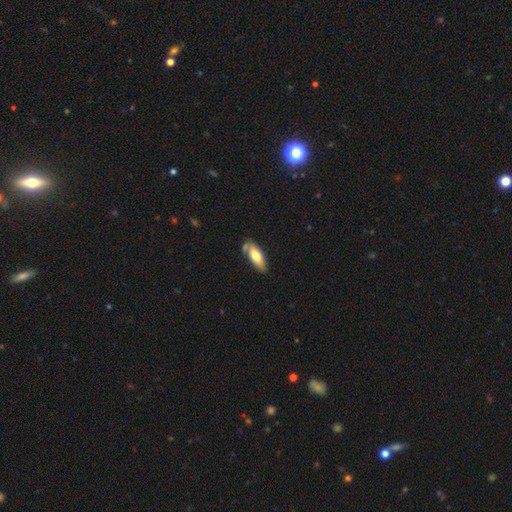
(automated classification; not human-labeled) Q: Smooth or featured?
A: smooth (72%); runner-up: featured or disk (22%)
Q: How rounded?
A: in between (67%); runner-up: cigar-shaped (31%)
Q: Merging?
A: none (66%); runner-up: minor disturbance (20%)